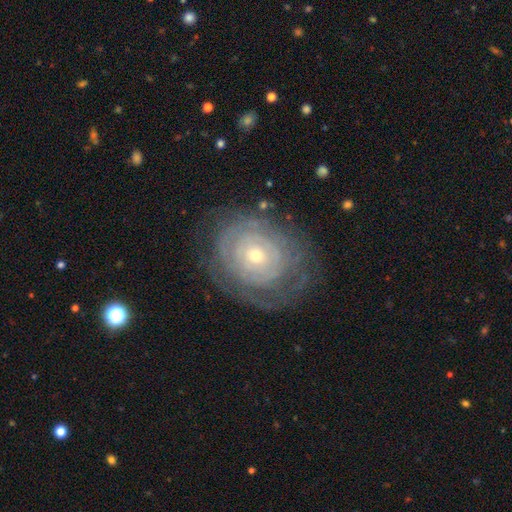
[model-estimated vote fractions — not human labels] Q: Smooth or featured?
A: featured or disk (74%); runner-up: smooth (19%)
Q: Edge-on disk?
A: no (96%); runner-up: yes (4%)
Q: Bar?
A: no (85%); runner-up: weak (12%)
Q: Spiral arms?
A: yes (71%); runner-up: no (29%)
Q: Spiral winding?
A: tight (83%); runner-up: medium (12%)
Q: Spiral arm count?
A: can't tell (60%); runner-up: 2 (12%)
Q: Bulge size?
A: small (66%); runner-up: moderate (30%)
Q: Merging?
A: none (71%); runner-up: minor disturbance (17%)